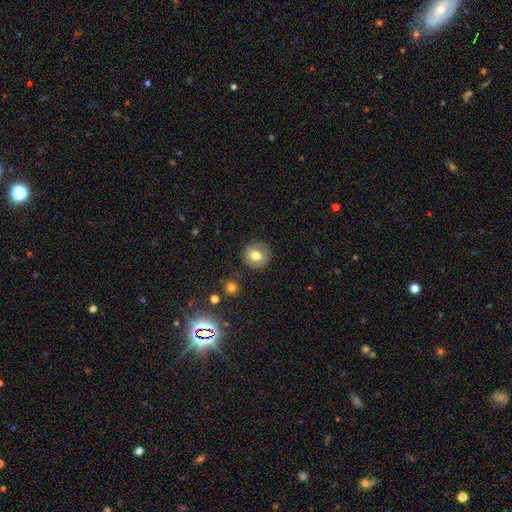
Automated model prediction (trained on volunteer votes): A smooth galaxy with no disk features (71%) that is round (84%). Merging: none (86%).